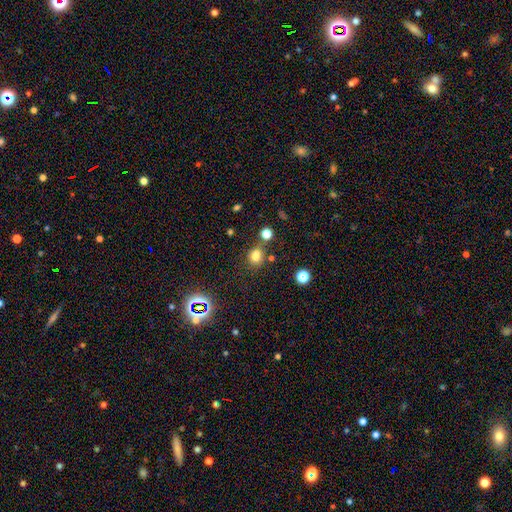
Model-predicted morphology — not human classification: Smooth or featured?
  - smooth: 73% *
  - star or artifact: 19%
  - featured or disk: 8%
How rounded?
  - round: 63% *
  - in between: 36%
  - cigar-shaped: 1%
Merging?
  - none: 62% *
  - merger: 19%
  - minor disturbance: 13%
  - major disturbance: 6%